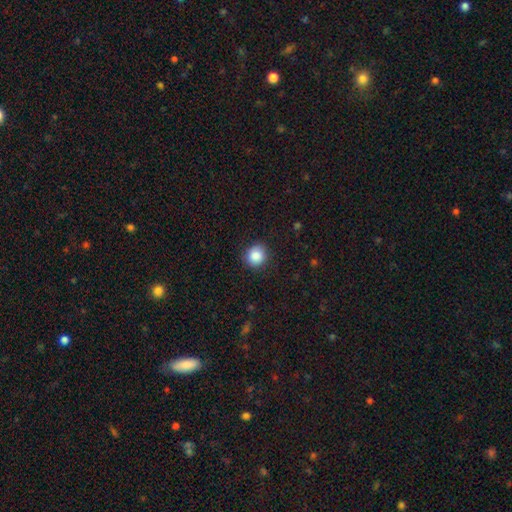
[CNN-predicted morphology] Smooth or featured: smooth — 87% (star or artifact — 9%)
How rounded: round — 87% (in between — 12%)
Merging: none — 87% (minor disturbance — 9%)